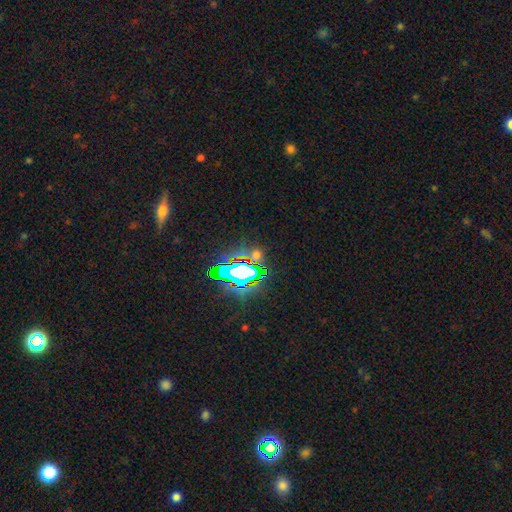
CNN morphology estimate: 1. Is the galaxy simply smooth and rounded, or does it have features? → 64% star or artifact, 24% smooth, 12% featured or disk.